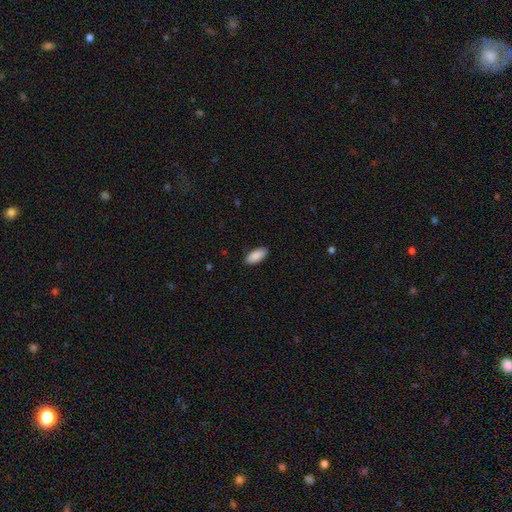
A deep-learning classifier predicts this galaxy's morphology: Smooth or featured: smooth — 90% (star or artifact — 6%)
How rounded: in between — 90% (cigar-shaped — 8%)
Merging: none — 89% (minor disturbance — 8%)